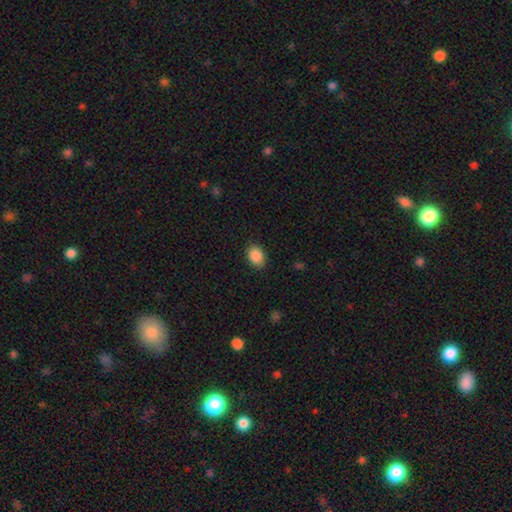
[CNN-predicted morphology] The model was most divided on "how rounded": in between: 71%, round: 28%, cigar-shaped: 1%. More confident: smooth or featured — smooth (89%); merging — none (87%).